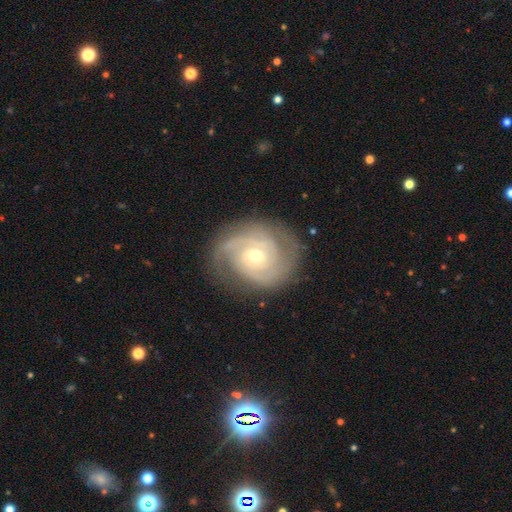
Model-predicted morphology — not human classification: This is clearly a featured or disk galaxy (88%). It is clearly not viewed edge-on (98%). Bar: possibly no (59%). Spiral arm pattern: clearly yes (97%). Spiral arm count: marginally 2 (44%). Spiral winding: likely tight (63%). Central bulge: possibly moderate (52%). Merging: likely none (78%).